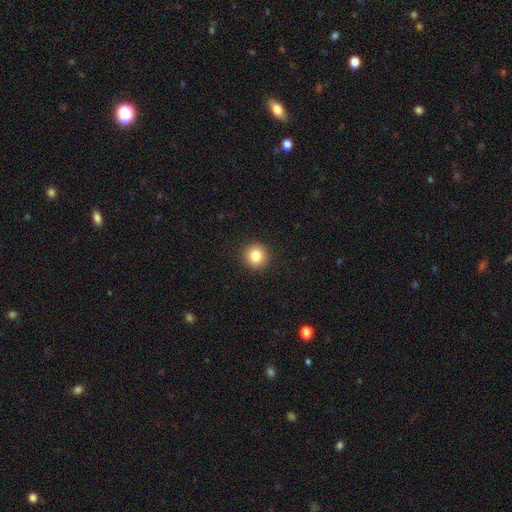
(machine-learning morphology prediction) Overall: smooth (84%). How rounded: round (90%). Merging: none (92%).